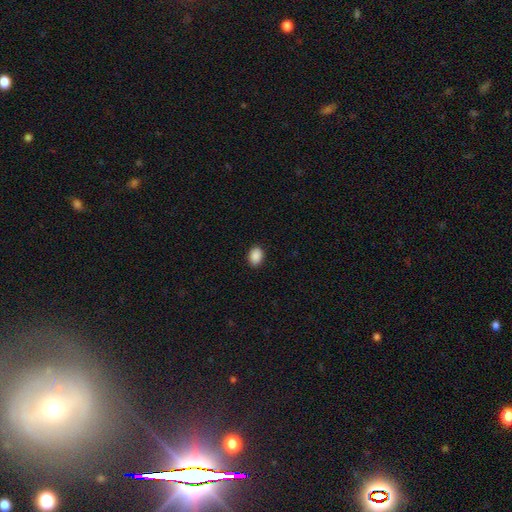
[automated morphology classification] Smooth or featured: smooth — 90% (star or artifact — 8%)
How rounded: in between — 75% (round — 24%)
Merging: none — 89% (minor disturbance — 8%)